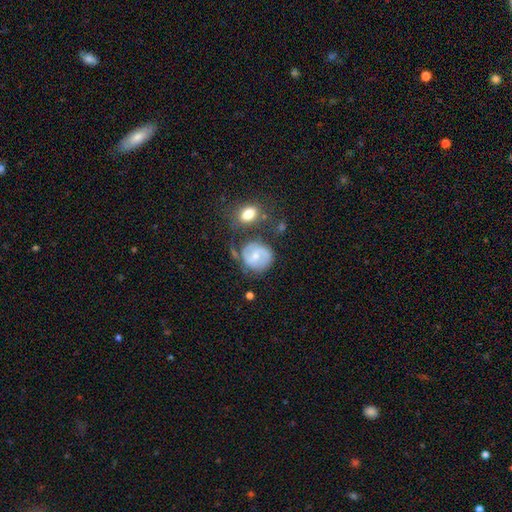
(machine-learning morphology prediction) The model was most divided on "bar": no: 45%, weak: 43%, strong: 12%. More confident: edge-on disk — no (97%); spiral arms — yes (83%); smooth or featured — featured or disk (61%); merging — none (53%); bulge size — small (52%).